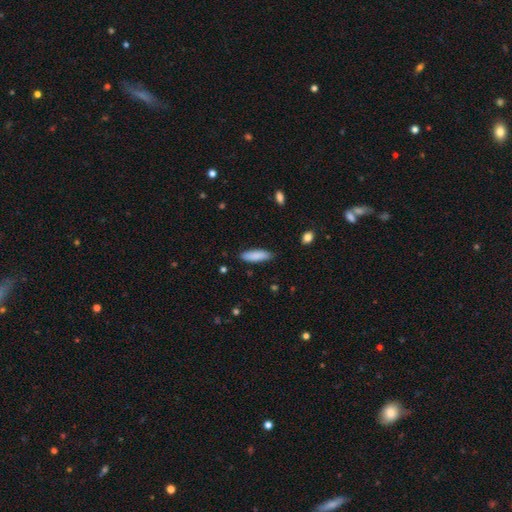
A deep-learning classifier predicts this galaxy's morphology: This is clearly a smooth galaxy (87%). How rounded: possibly cigar-shaped (54%). Merging: clearly none (86%).